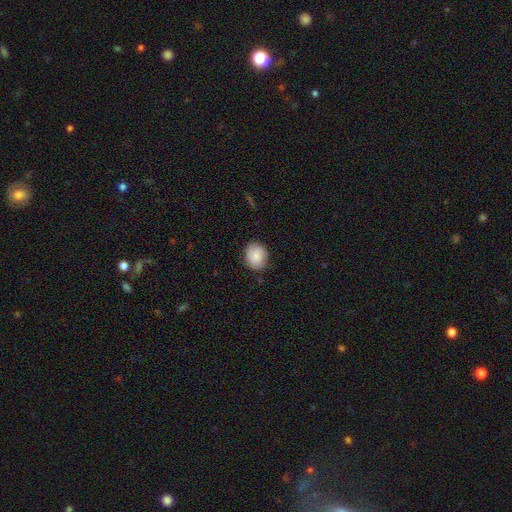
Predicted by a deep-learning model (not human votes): Overall: smooth (83%). How rounded: round (65%; in between 34%). Merging: none (81%).